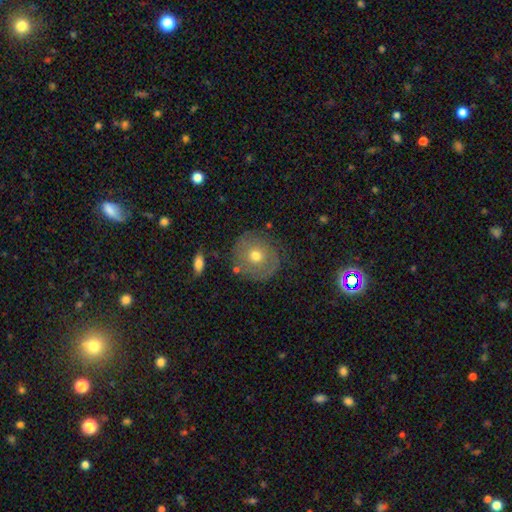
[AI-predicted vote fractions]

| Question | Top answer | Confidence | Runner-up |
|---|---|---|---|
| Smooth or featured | smooth | 52% | featured or disk (39%) |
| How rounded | round | 89% | in between (10%) |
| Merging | none | 75% | minor disturbance (16%) |